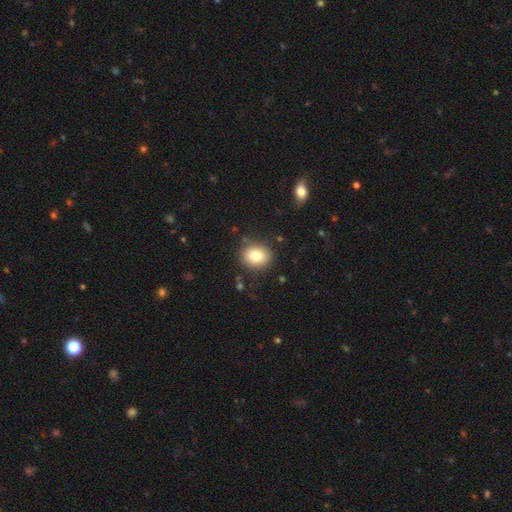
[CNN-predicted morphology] Overall: smooth (81%). How rounded: round (65%; in between 34%). Merging: none (85%).